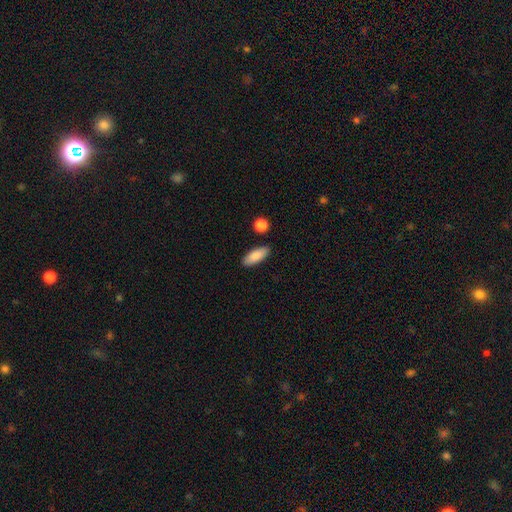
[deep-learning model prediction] This appears to be a smooth galaxy with no disk features (85%) that is in between round and cigar-shaped (74%). Merging: none (86%).